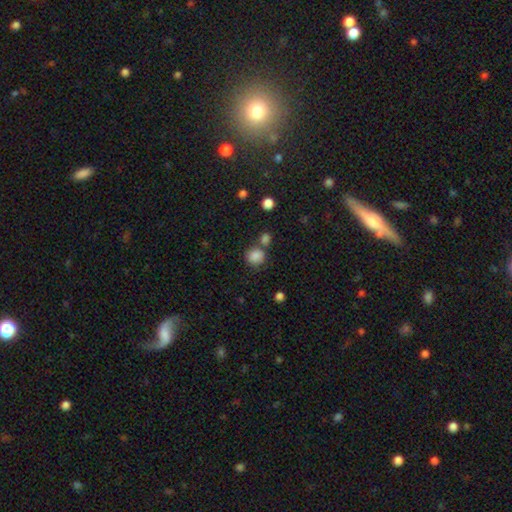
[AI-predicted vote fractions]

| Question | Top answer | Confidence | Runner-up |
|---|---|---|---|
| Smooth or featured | smooth | 85% | star or artifact (10%) |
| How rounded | round | 82% | in between (17%) |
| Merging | none | 62% | merger (23%) |